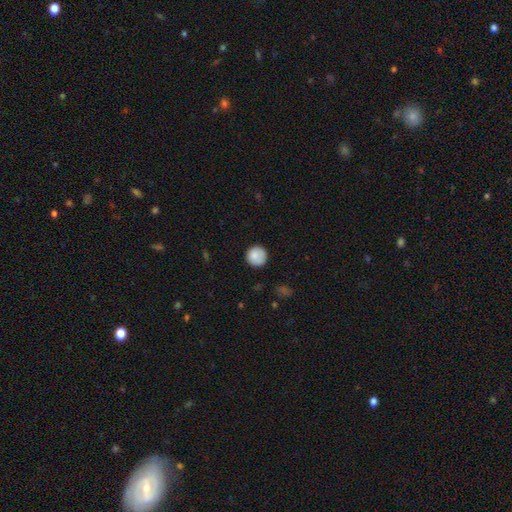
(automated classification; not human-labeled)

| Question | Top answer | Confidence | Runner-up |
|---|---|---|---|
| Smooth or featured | smooth | 85% | star or artifact (8%) |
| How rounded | round | 95% | in between (4%) |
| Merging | none | 85% | minor disturbance (12%) |